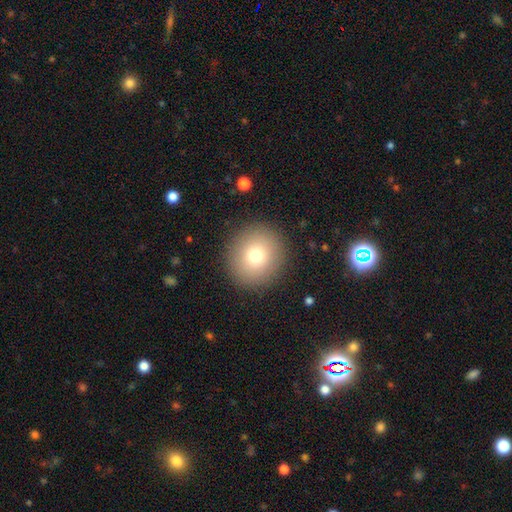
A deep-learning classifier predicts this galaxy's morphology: A smooth galaxy with no disk features (77%) that is round (91%). Merging: none (91%).